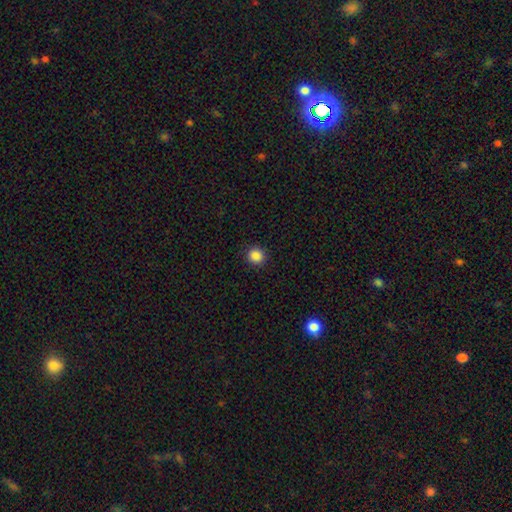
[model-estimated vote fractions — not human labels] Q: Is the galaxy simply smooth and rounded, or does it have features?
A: smooth — 87%.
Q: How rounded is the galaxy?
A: round — 90%.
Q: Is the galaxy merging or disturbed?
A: none — 92%.